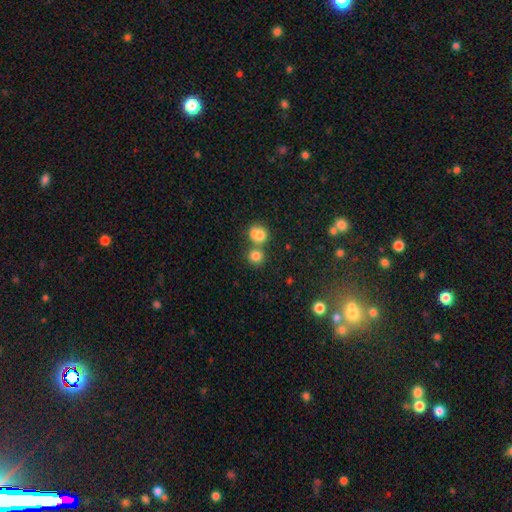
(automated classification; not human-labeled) Smooth or featured? smooth (81%)
How rounded? round (86%)
Merging? none (55%)